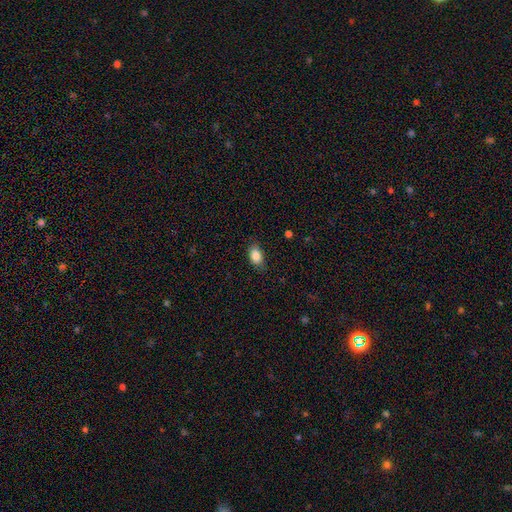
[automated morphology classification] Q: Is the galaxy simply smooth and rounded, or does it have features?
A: smooth — 87%.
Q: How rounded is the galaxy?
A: in between — 85%.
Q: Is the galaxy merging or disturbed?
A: none — 79%.